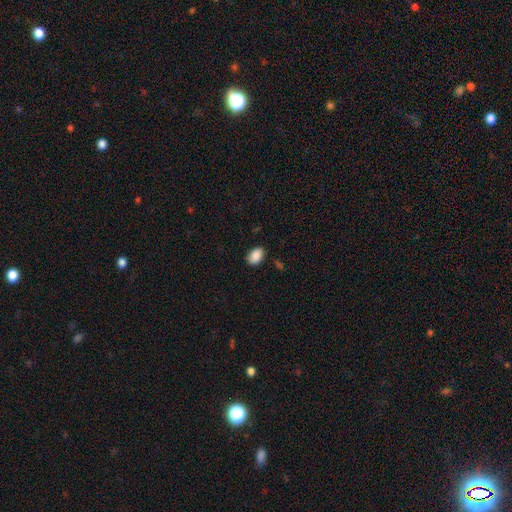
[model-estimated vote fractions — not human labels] smooth 89%, star or artifact 7%, featured or disk 4%. Down the decision tree: how rounded — in between (84%); merging — none (84%).